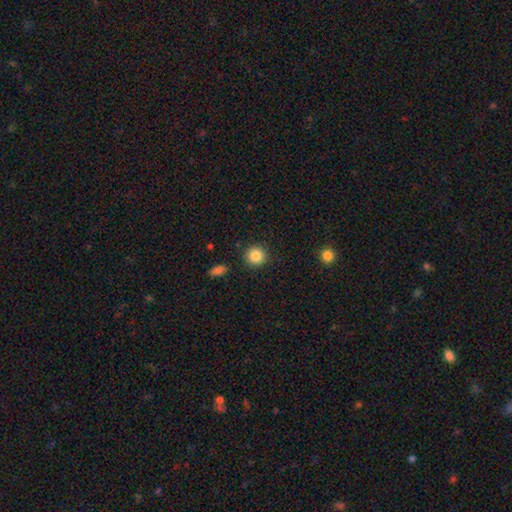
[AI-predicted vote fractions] Smooth or featured? Predicted: smooth (p=0.86). How rounded? Predicted: round (p=0.92). Merging? Predicted: none (p=0.89).